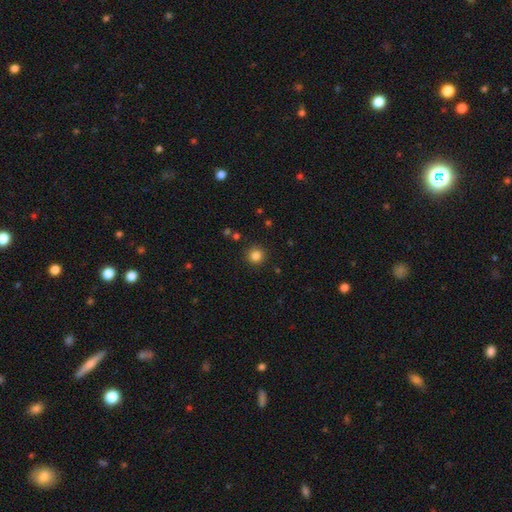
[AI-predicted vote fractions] smooth-or-featured: smooth: 84% | star or artifact: 12% | featured or disk: 4%
  how-rounded: round: 94% | in between: 5% | cigar-shaped: 1%
  merging: none: 91% | minor disturbance: 6% | major disturbance: 2% | merger: 1%